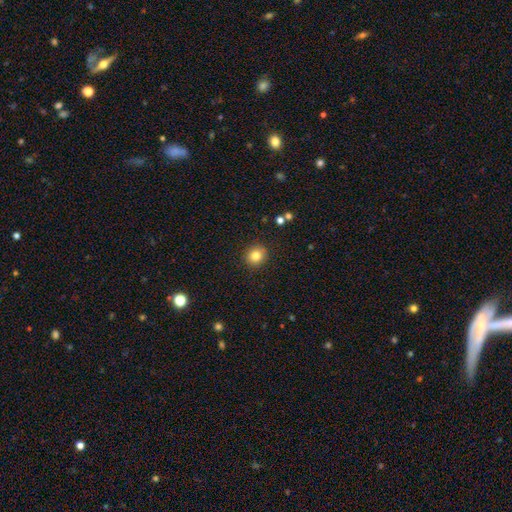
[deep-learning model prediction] smooth 82%, star or artifact 11%, featured or disk 7%. Down the decision tree: how rounded — round (86%); merging — none (90%).